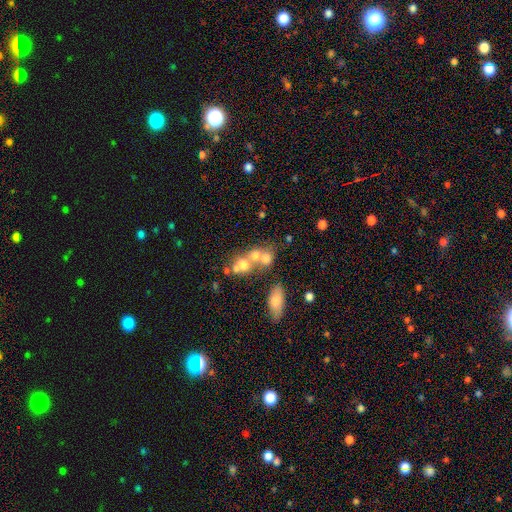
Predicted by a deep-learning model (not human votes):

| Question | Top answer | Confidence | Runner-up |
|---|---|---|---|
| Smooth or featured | smooth | 61% | featured or disk (24%) |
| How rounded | round | 64% | in between (33%) |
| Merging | merger | 57% | none (30%) |